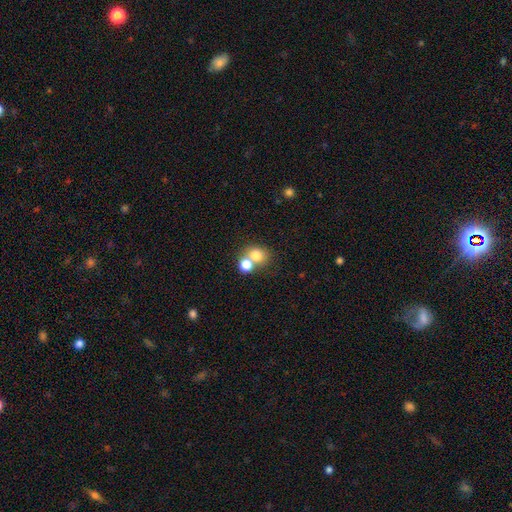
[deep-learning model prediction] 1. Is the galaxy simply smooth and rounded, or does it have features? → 76% smooth, 13% star or artifact, 11% featured or disk.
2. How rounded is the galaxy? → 72% round, 27% in between, 1% cigar-shaped.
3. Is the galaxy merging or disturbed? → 48% merger, 43% none, 6% minor disturbance, 3% major disturbance.